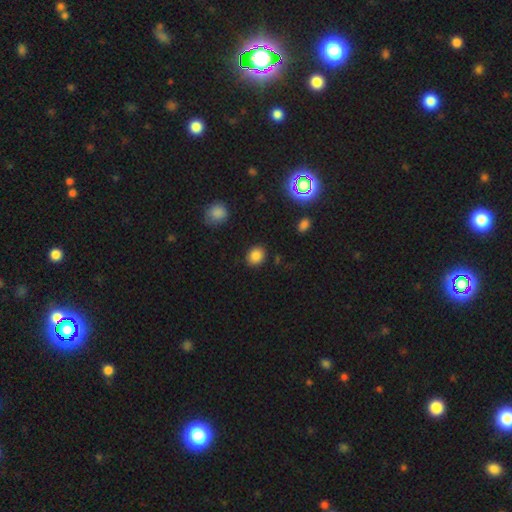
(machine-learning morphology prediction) Smooth or featured? Predicted: smooth (p=0.85). How rounded? Predicted: round (p=0.64). Merging? Predicted: none (p=0.87).